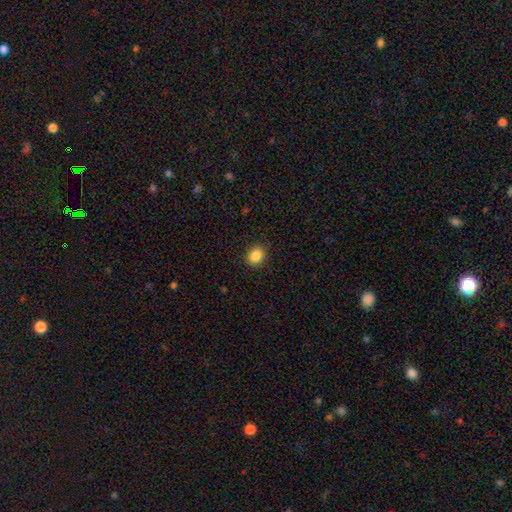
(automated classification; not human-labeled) Smooth or featured?
  - smooth: 87% *
  - star or artifact: 9%
  - featured or disk: 4%
How rounded?
  - round: 64% *
  - in between: 35%
  - cigar-shaped: 1%
Merging?
  - none: 88% *
  - minor disturbance: 8%
  - major disturbance: 2%
  - merger: 1%